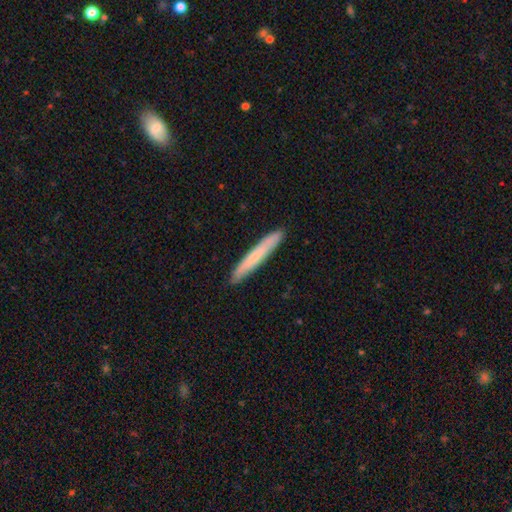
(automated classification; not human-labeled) Smooth or featured?
  - smooth: 66% *
  - featured or disk: 29%
  - star or artifact: 5%
How rounded?
  - cigar-shaped: 96% *
  - in between: 3%
  - round: 1%
Merging?
  - none: 91% *
  - minor disturbance: 7%
  - major disturbance: 1%
  - merger: 1%